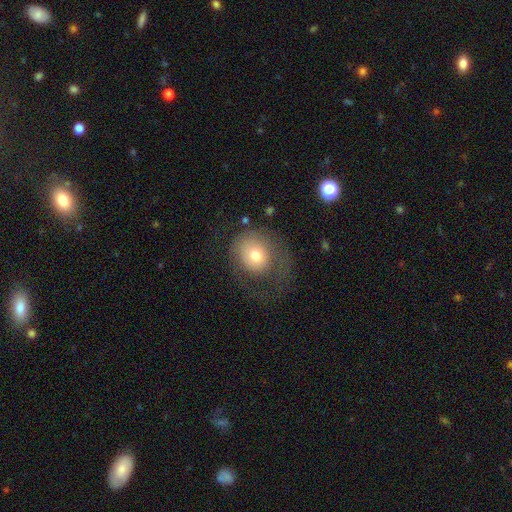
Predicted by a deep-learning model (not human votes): Smooth or featured?
  - smooth: 66% *
  - featured or disk: 25%
  - star or artifact: 9%
How rounded?
  - round: 70% *
  - in between: 29%
  - cigar-shaped: 1%
Merging?
  - none: 43% *
  - major disturbance: 35%
  - minor disturbance: 20%
  - merger: 2%